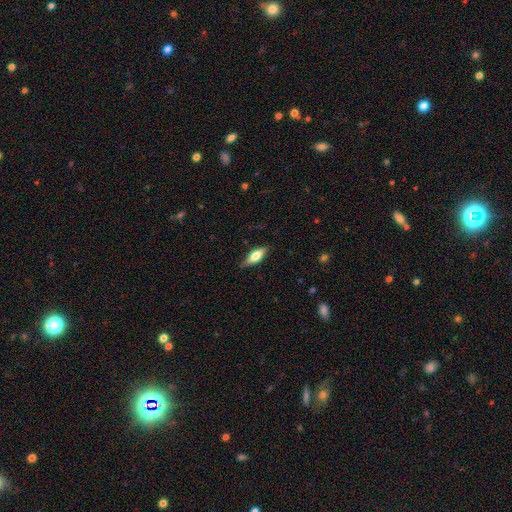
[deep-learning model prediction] smooth_or_featured: smooth (p=0.56) [alt: featured or disk p=0.38]
how_rounded: in between (p=0.64) [alt: cigar-shaped p=0.34]
merging: none (p=0.81) [alt: minor disturbance p=0.15]